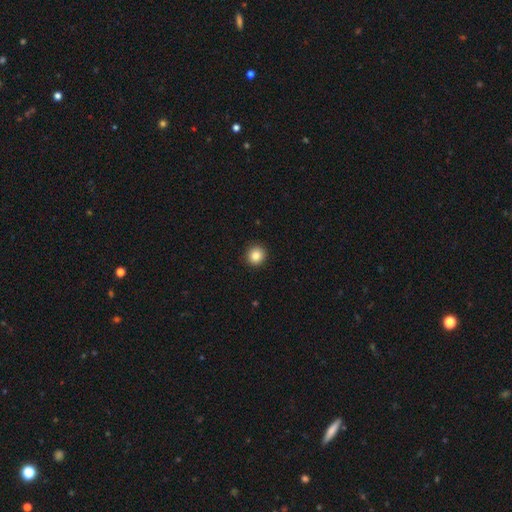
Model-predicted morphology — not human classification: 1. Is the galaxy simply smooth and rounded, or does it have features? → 85% smooth, 10% star or artifact, 5% featured or disk.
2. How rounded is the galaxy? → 91% round, 8% in between, 1% cigar-shaped.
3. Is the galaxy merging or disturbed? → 92% none, 5% minor disturbance, 2% major disturbance, 1% merger.